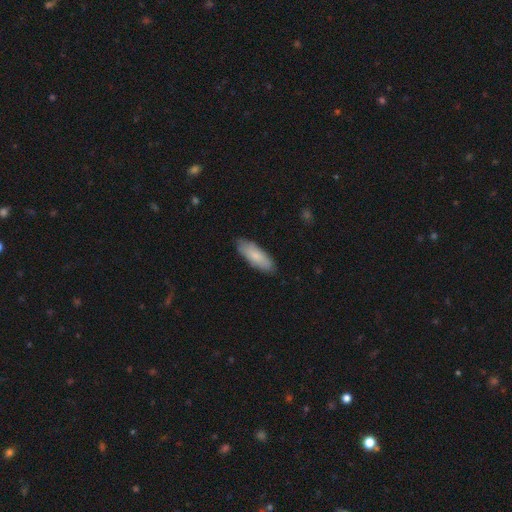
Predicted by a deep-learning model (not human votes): smooth-or-featured: smooth: 82% | featured or disk: 13% | star or artifact: 5%
  how-rounded: in between: 65% | cigar-shaped: 34% | round: 2%
  merging: none: 84% | minor disturbance: 12% | major disturbance: 2% | merger: 1%